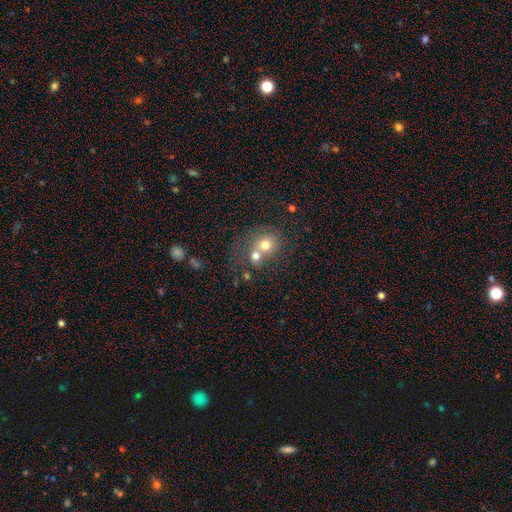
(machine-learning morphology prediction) smooth-or-featured: smooth: 64% | featured or disk: 24% | star or artifact: 13%
  how-rounded: round: 75% | in between: 24% | cigar-shaped: 1%
  merging: merger: 58% | none: 29% | minor disturbance: 7% | major disturbance: 5%